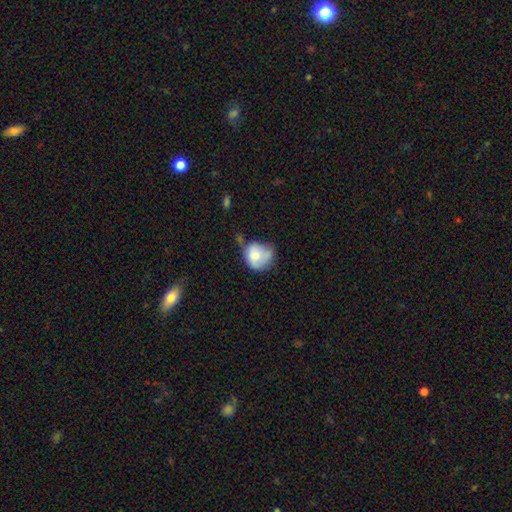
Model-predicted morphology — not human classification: A smooth galaxy with no disk features (71%) that is round (73%). Merging: minor disturbance (37%).